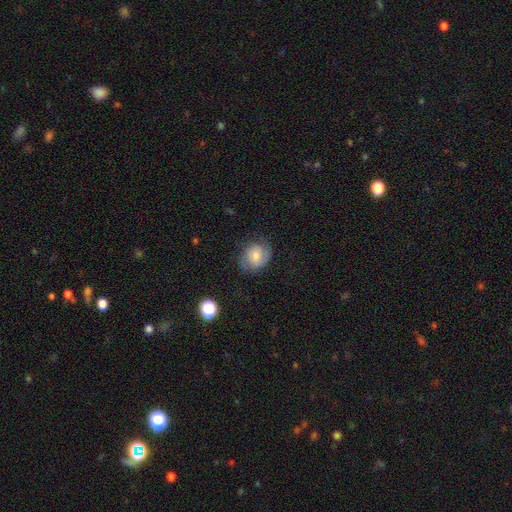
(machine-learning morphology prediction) A featured or disk galaxy (50%).

Vote fractions:
- Smooth or featured? featured or disk: 50% / smooth: 41% / star or artifact: 9%
- Edge-on disk? no: 97% / yes: 3%
- Merging? none: 68% / minor disturbance: 21% / major disturbance: 10% / merger: 1%